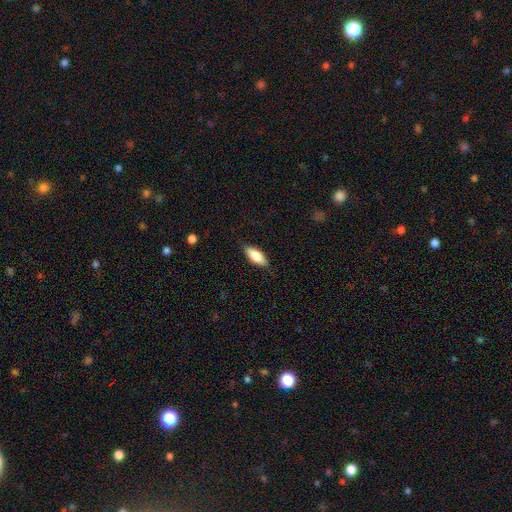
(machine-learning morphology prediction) A smooth galaxy with no disk features (78%) that is in between round and cigar-shaped (75%).

Vote fractions:
- Smooth or featured? smooth: 78% / featured or disk: 16% / star or artifact: 6%
- How rounded? in between: 75% / cigar-shaped: 22% / round: 2%
- Merging? none: 83% / minor disturbance: 13% / major disturbance: 3% / merger: 1%